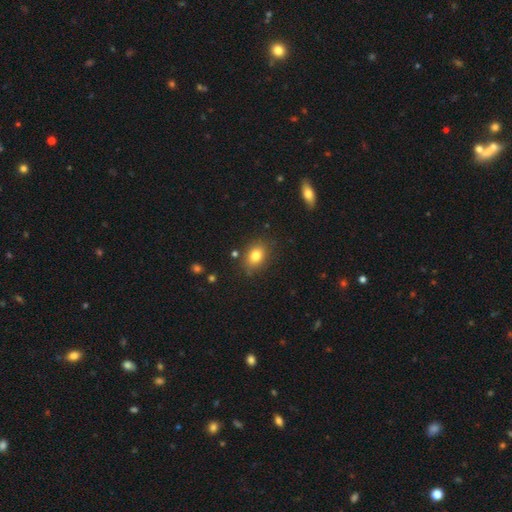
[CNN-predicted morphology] smooth-or-featured: smooth: 81% | star or artifact: 10% | featured or disk: 9%
  how-rounded: in between: 67% | round: 32% | cigar-shaped: 1%
  merging: none: 82% | minor disturbance: 12% | major disturbance: 3% | merger: 3%